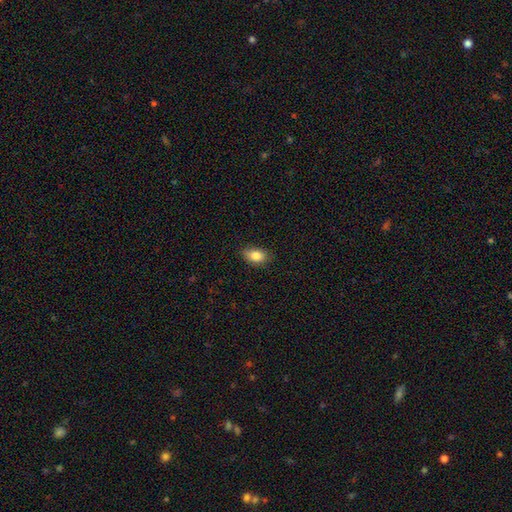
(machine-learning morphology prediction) Smooth or featured? Predicted: smooth (p=0.84). How rounded? Predicted: in between (p=0.86). Merging? Predicted: none (p=0.84).